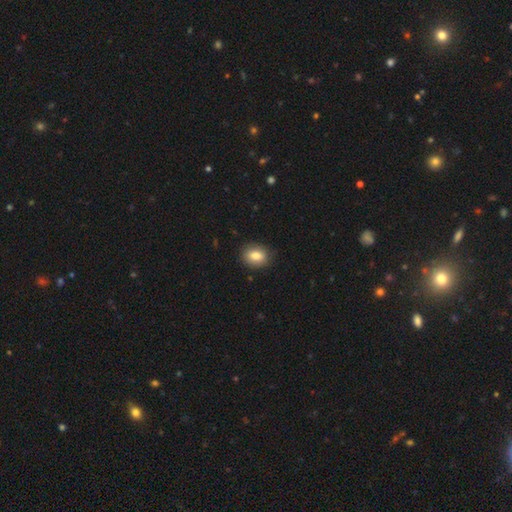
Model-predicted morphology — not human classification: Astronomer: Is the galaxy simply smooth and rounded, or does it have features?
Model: smooth — 83%.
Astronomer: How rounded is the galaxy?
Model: in between — 66%.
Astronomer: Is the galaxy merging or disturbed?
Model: none — 87%.